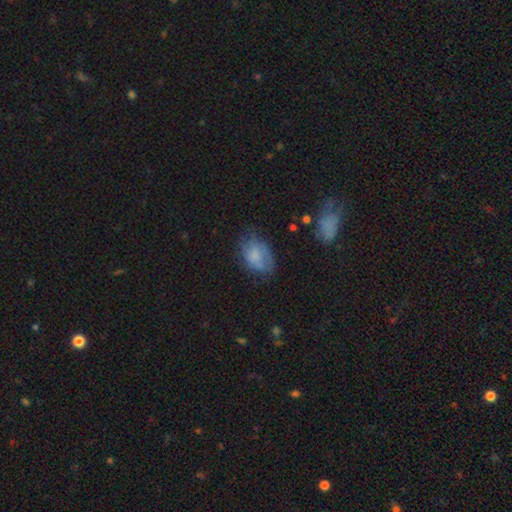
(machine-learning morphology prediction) This is likely a smooth galaxy (63%). How rounded: clearly in between (85%). Merging: possibly none (53%).